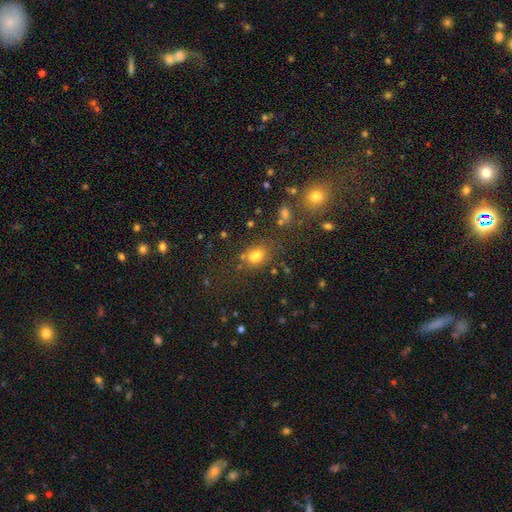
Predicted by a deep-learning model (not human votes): The model was most divided on "how rounded": in between: 63%, round: 35%, cigar-shaped: 2%. More confident: smooth or featured — smooth (72%); merging — none (64%).